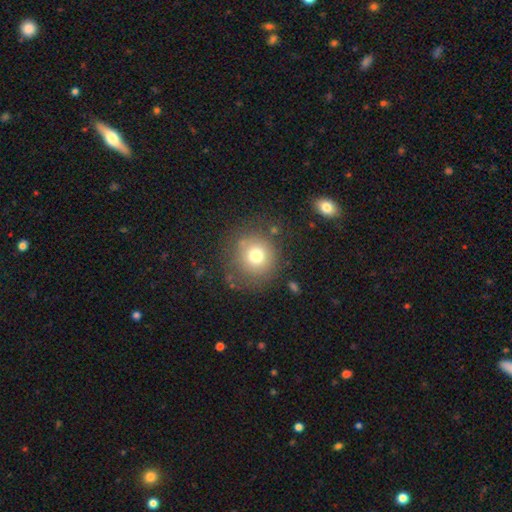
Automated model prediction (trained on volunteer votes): smooth 73%, featured or disk 14%, star or artifact 13%. Down the decision tree: how rounded — round (91%); merging — none (77%).